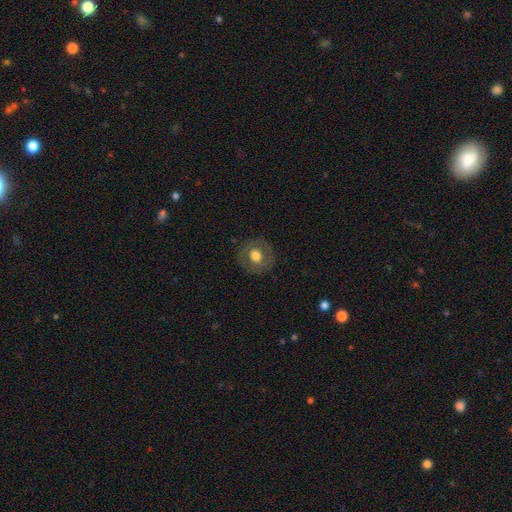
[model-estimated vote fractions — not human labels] Smooth or featured?
  - smooth: 61% *
  - featured or disk: 31%
  - star or artifact: 8%
How rounded?
  - round: 90% *
  - in between: 10%
  - cigar-shaped: 1%
Merging?
  - none: 86% *
  - minor disturbance: 9%
  - major disturbance: 4%
  - merger: 1%